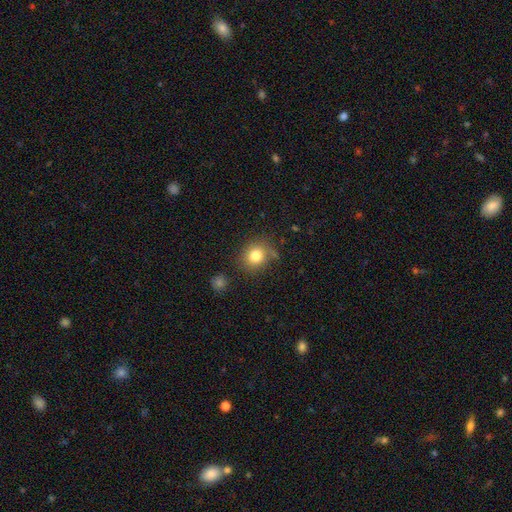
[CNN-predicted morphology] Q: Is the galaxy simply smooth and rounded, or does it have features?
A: smooth — 80%.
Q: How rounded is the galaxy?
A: round — 82%.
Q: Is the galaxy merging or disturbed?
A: none — 77%.